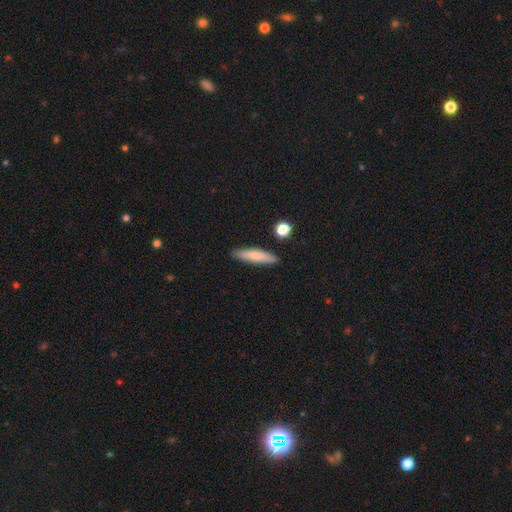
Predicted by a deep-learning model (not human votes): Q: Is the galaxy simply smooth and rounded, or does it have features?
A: smooth — 77%.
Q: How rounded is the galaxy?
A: cigar-shaped — 79%.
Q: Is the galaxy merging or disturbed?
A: none — 87%.